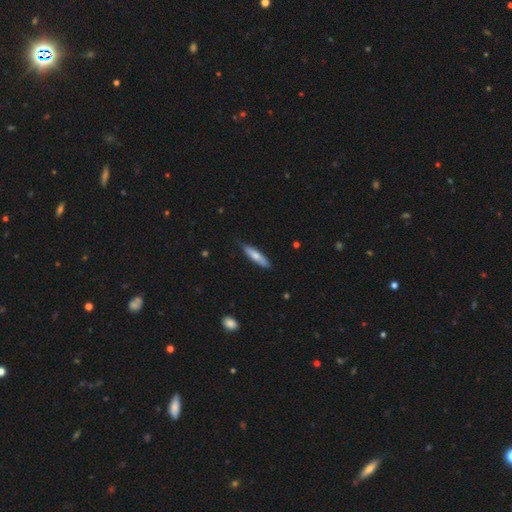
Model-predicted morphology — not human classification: Overall: smooth (66%; featured or disk 29%). How rounded: cigar-shaped (77%). Merging: none (78%).